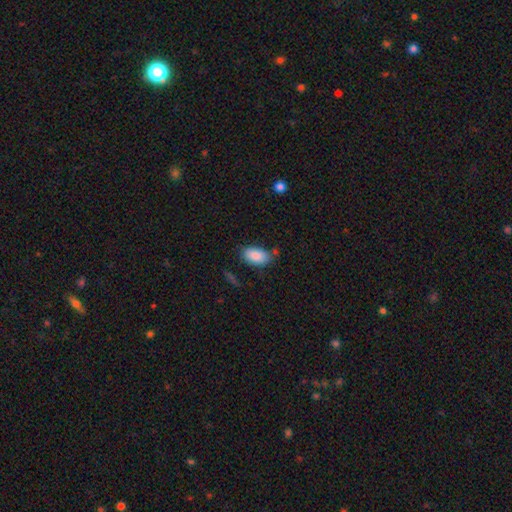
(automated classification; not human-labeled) smooth-or-featured: smooth: 87% | star or artifact: 7% | featured or disk: 6%
  how-rounded: in between: 94% | round: 4% | cigar-shaped: 3%
  merging: none: 72% | minor disturbance: 19% | merger: 5% | major disturbance: 4%